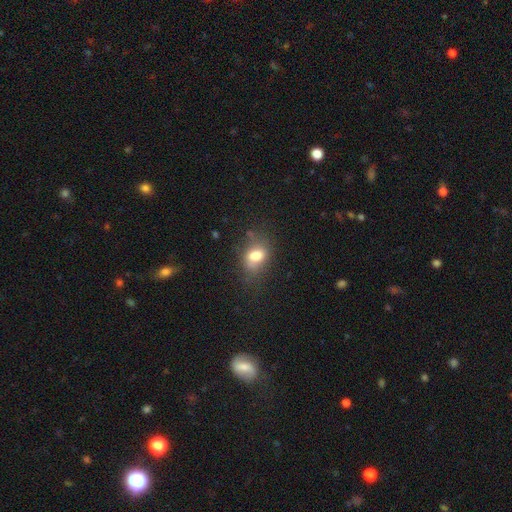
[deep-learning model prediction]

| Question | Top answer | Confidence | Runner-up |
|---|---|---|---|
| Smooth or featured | smooth | 74% | featured or disk (15%) |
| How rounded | in between | 71% | round (28%) |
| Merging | none | 58% | minor disturbance (26%) |